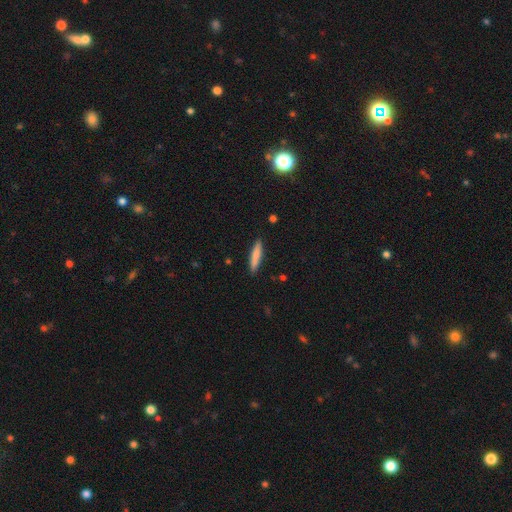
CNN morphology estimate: A smooth galaxy with no disk features (78%) that is cigar-shaped (87%). Merging: none (89%).